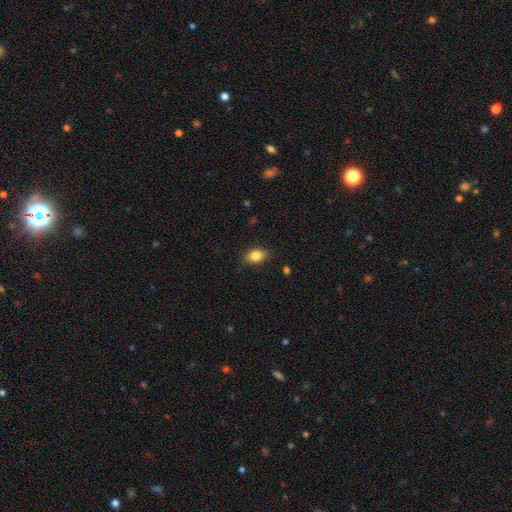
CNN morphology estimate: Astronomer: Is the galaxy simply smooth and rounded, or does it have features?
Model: smooth — 84%.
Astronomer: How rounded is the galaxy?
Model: in between — 80%.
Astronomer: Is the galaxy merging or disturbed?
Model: none — 84%.